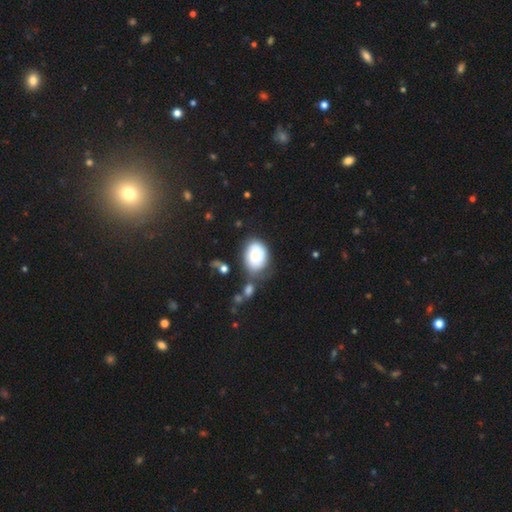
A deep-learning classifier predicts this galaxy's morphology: Smooth or featured?
  - smooth: 69% *
  - featured or disk: 24%
  - star or artifact: 7%
How rounded?
  - in between: 75% *
  - round: 24%
  - cigar-shaped: 1%
Merging?
  - none: 48% *
  - minor disturbance: 27%
  - major disturbance: 13%
  - merger: 12%